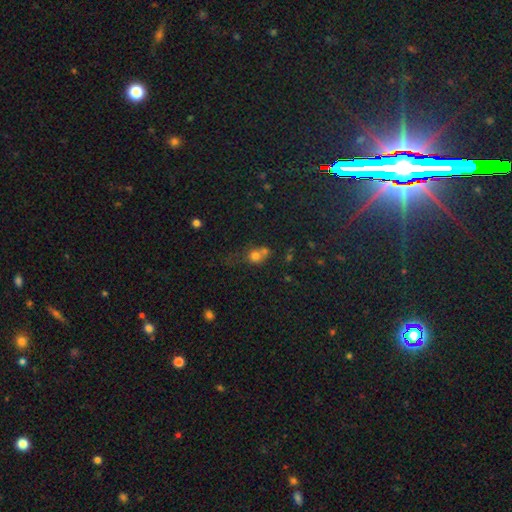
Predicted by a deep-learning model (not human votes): smooth 72%, star or artifact 15%, featured or disk 13%. Down the decision tree: how rounded — round (75%); merging — merger (46%).